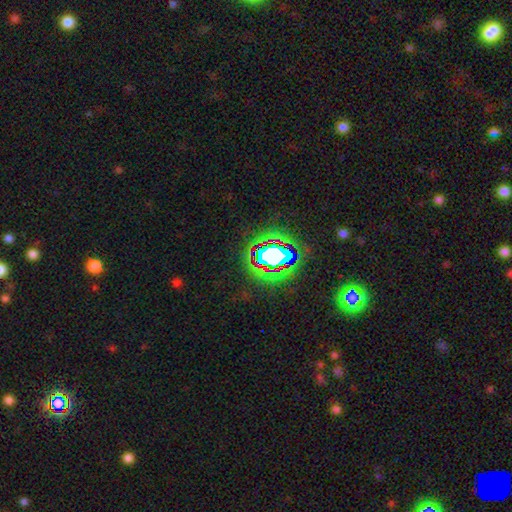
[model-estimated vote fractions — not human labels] A star or artifact, not a galaxy (69%).